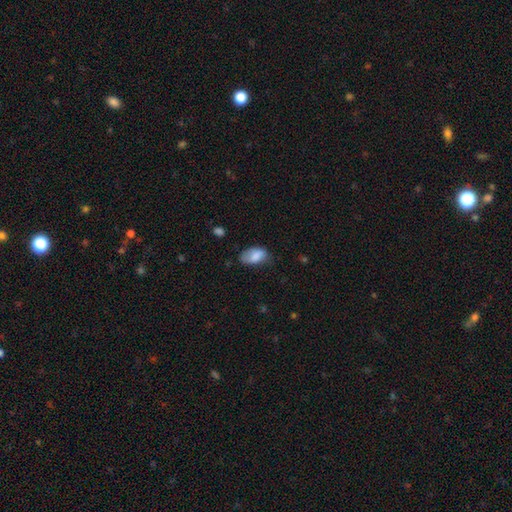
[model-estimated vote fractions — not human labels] Smooth or featured? Predicted: smooth (p=0.80). How rounded? Predicted: in between (p=0.92). Merging? Predicted: none (p=0.55).